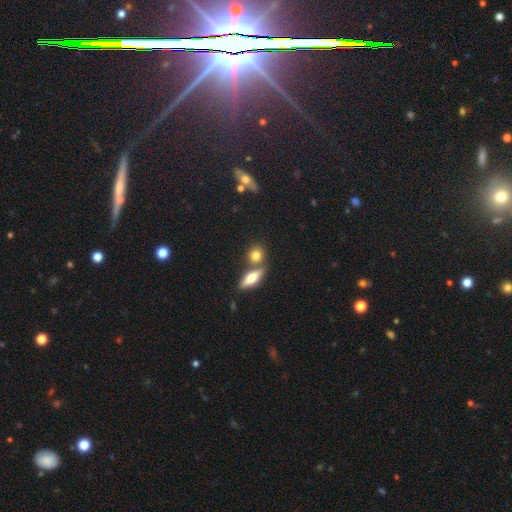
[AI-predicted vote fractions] smooth_or_featured: smooth (p=0.76) [alt: featured or disk p=0.15]
how_rounded: round (p=0.61) [alt: in between p=0.31]
merging: none (p=0.62) [alt: merger p=0.26]